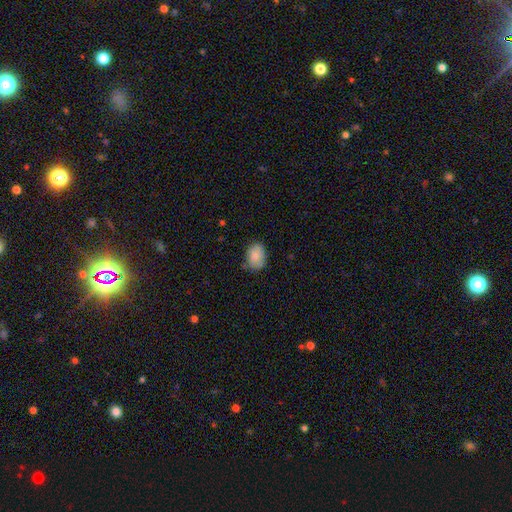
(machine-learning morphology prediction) Smooth or featured? smooth (84%)
How rounded? in between (71%)
Merging? none (68%)